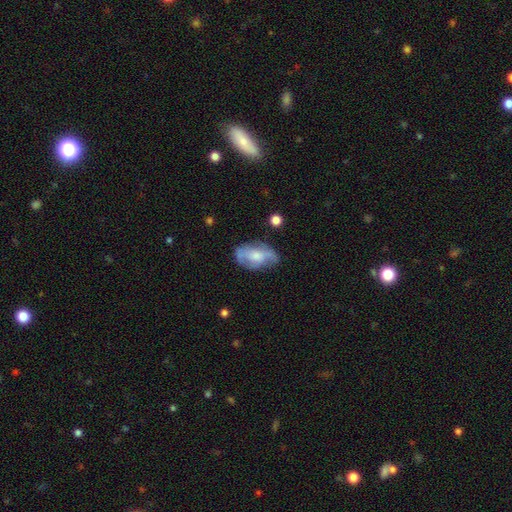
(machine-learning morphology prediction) Smooth or featured? Predicted: featured or disk (p=0.53). Edge-on disk? Predicted: no (p=0.91). Merging? Predicted: none (p=0.55).